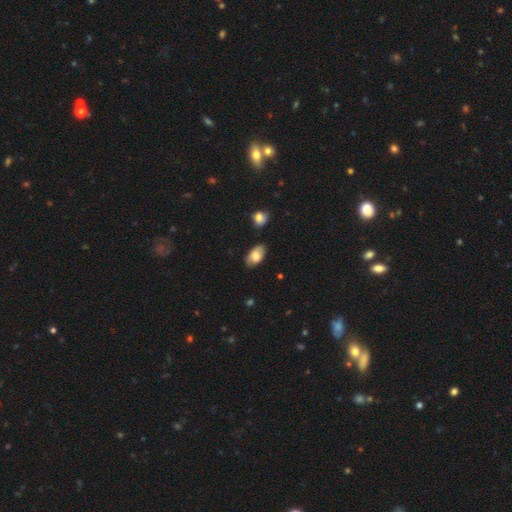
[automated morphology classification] type=smooth (76%); roundness=in between (93%); merging=none (75%).